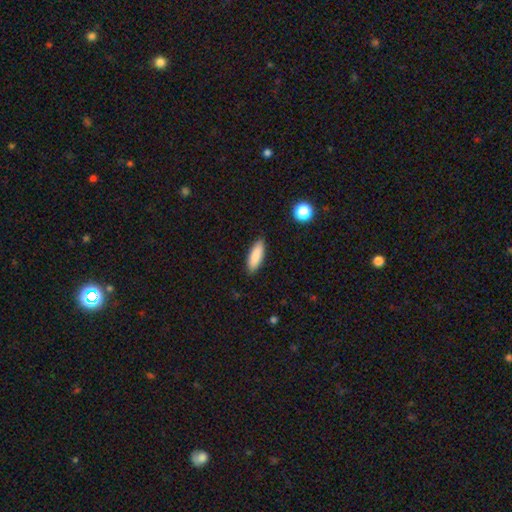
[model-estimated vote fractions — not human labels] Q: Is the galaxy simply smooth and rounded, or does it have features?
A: smooth — 87%.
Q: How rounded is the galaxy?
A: in between — 55%.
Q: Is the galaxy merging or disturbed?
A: none — 88%.